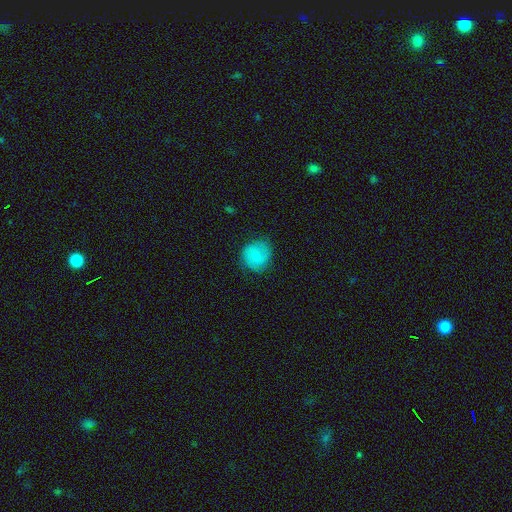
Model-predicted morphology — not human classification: smooth 65%, featured or disk 28%, star or artifact 7%. Down the decision tree: how rounded — round (82%); merging — none (74%).